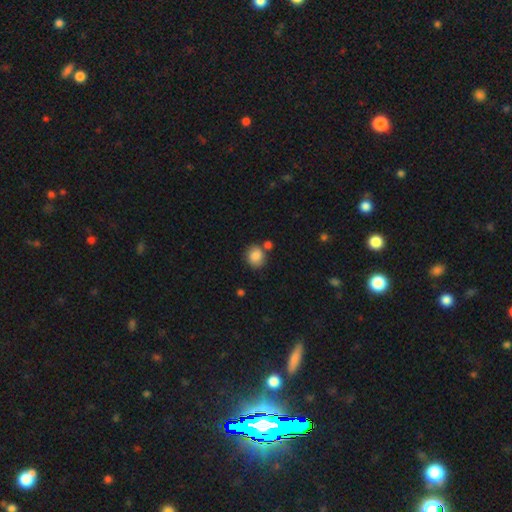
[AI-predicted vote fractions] Q: Smooth or featured?
A: smooth (85%); runner-up: star or artifact (8%)
Q: How rounded?
A: round (82%); runner-up: in between (17%)
Q: Merging?
A: none (66%); runner-up: merger (16%)